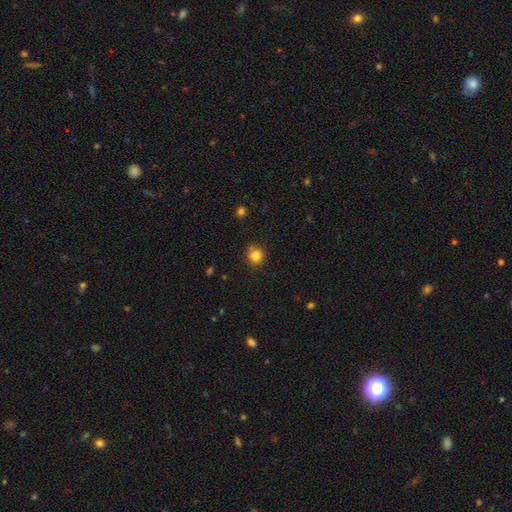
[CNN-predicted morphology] The model was most divided on "merging": none: 80%, minor disturbance: 12%, merger: 6%, major disturbance: 3%. More confident: how rounded — round (90%); smooth or featured — smooth (82%).